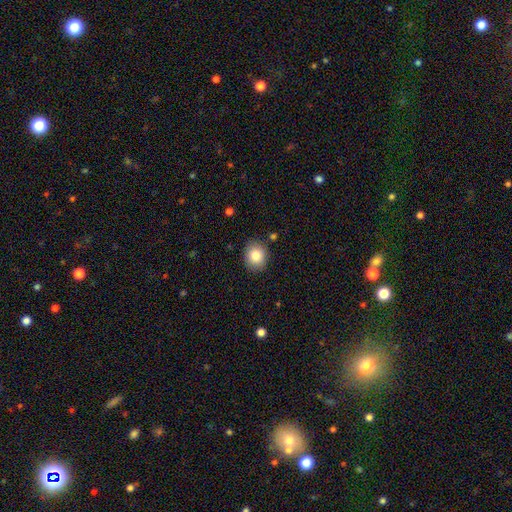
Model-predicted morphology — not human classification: smooth 84%, star or artifact 9%, featured or disk 8%. Down the decision tree: how rounded — round (66%); merging — none (85%).